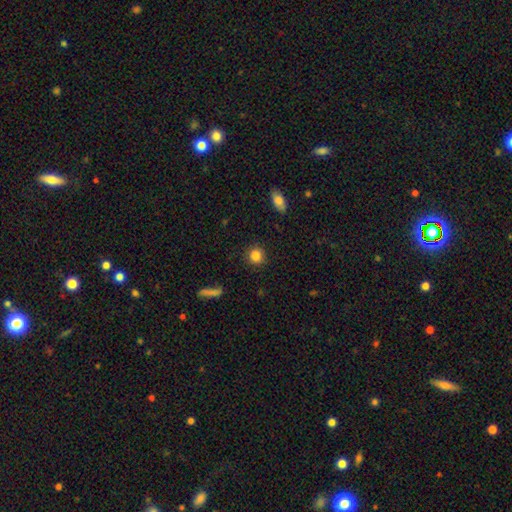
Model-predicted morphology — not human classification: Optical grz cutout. It shows a smooth galaxy with no disk features (85%) that is round (90%). Merging: none (90%).